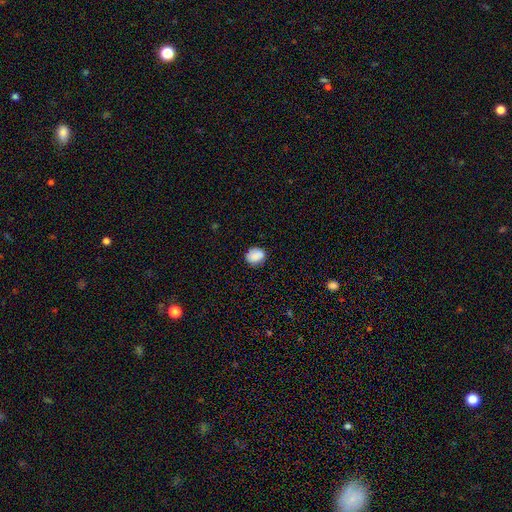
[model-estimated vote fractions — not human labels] A smooth galaxy with no disk features (86%) that is round (64%).

Vote fractions:
- Smooth or featured? smooth: 86% / star or artifact: 8% / featured or disk: 5%
- How rounded? round: 64% / in between: 35% / cigar-shaped: 1%
- Merging? none: 81% / minor disturbance: 14% / major disturbance: 3% / merger: 1%